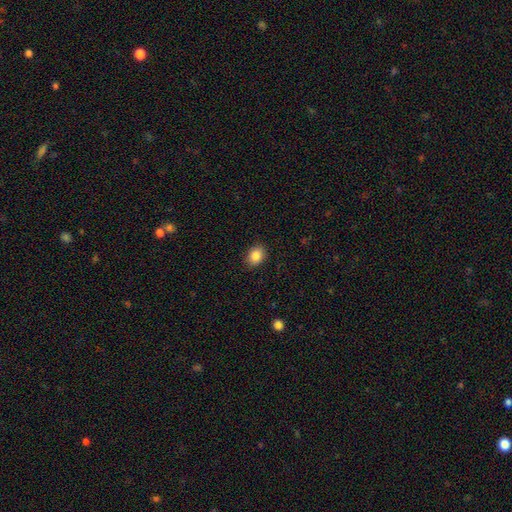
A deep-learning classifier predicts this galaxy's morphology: This is clearly a smooth galaxy (86%). How rounded: likely in between (65%). Merging: clearly none (88%).